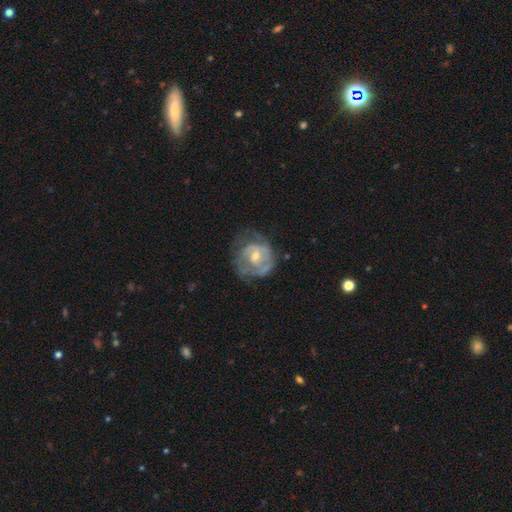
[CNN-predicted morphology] This appears to be a featured or disk galaxy (69%) with no bar (60%), spiral arms (65%) and a moderate central bulge (56%). Merging: none (53%).